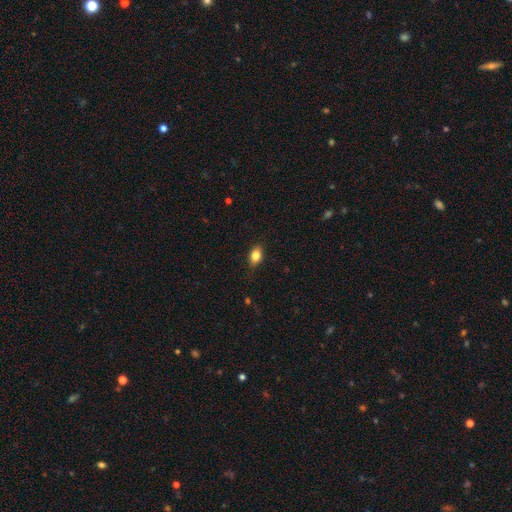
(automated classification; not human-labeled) A smooth galaxy with no disk features (82%) that is in between round and cigar-shaped (78%).

Vote fractions:
- Smooth or featured? smooth: 82% / star or artifact: 9% / featured or disk: 9%
- How rounded? in between: 78% / round: 20% / cigar-shaped: 3%
- Merging? none: 83% / minor disturbance: 13% / major disturbance: 3% / merger: 1%